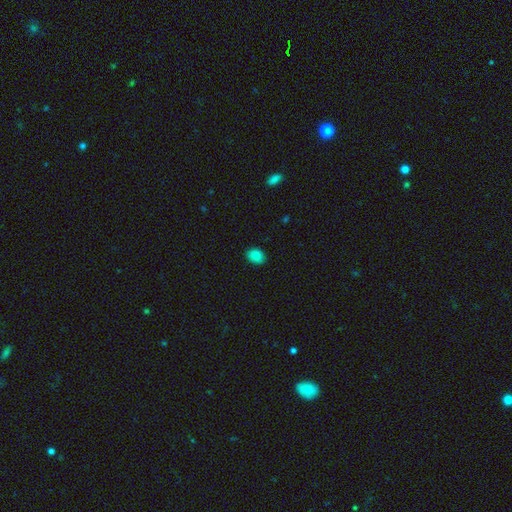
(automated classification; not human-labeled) smooth_or_featured: smooth (p=0.86) [alt: star or artifact p=0.10]
how_rounded: in between (p=0.69) [alt: round p=0.30]
merging: none (p=0.88) [alt: minor disturbance p=0.09]